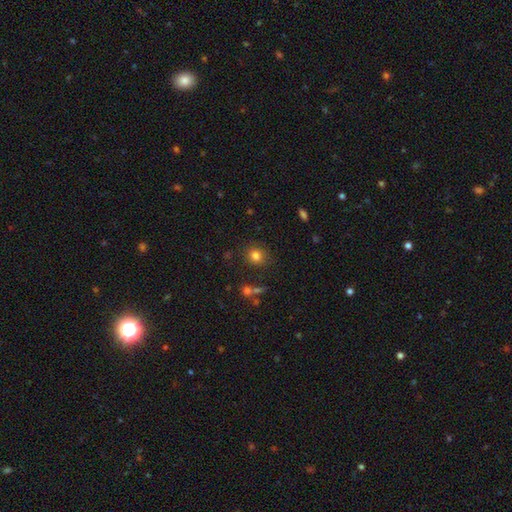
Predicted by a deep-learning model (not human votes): Smooth or featured? Predicted: smooth (p=0.81). How rounded? Predicted: round (p=0.77). Merging? Predicted: none (p=0.81).